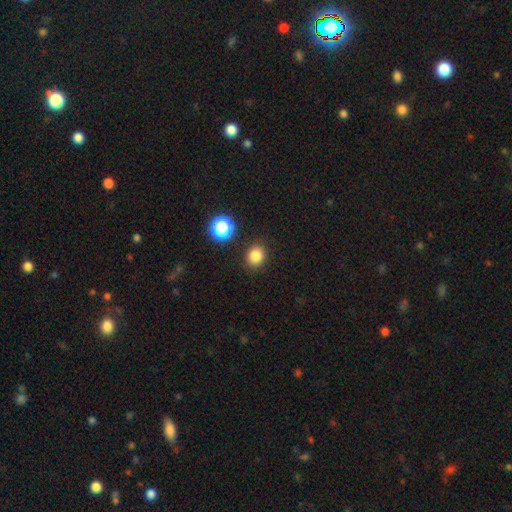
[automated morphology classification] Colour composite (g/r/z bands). It shows a smooth galaxy with no disk features (82%) that is round (68%). Merging: none (87%).